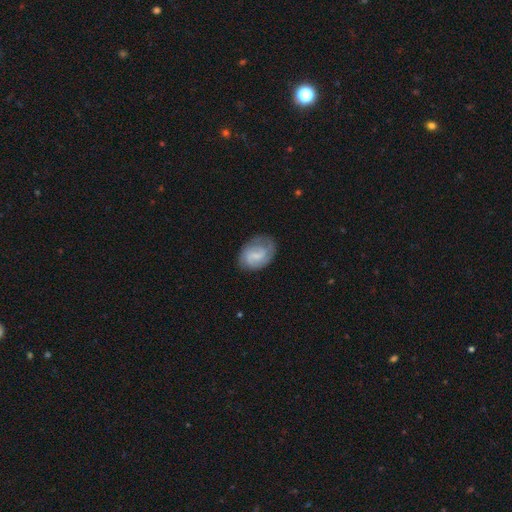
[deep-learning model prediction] Smooth or featured? featured or disk (54%)
Edge-on disk? no (97%)
Bar? weak (56%)
Spiral arms? yes (84%)
Bulge size? small (44%)
Merging? none (67%)